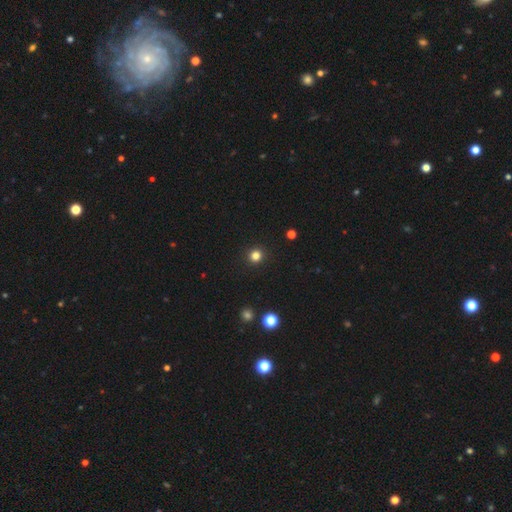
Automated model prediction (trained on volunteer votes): smooth 82%, star or artifact 14%, featured or disk 4%. Down the decision tree: how rounded — round (94%); merging — none (93%).